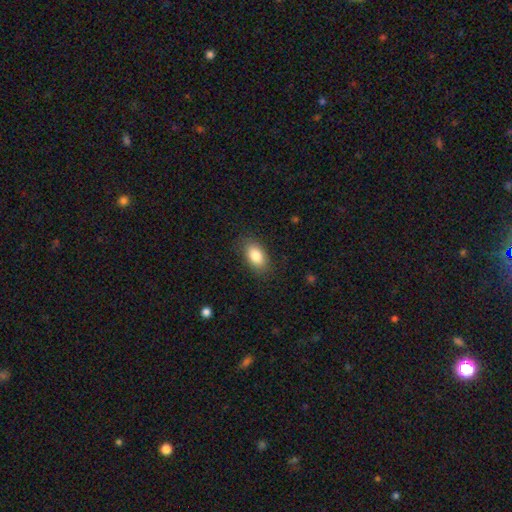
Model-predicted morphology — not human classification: A smooth galaxy with no disk features (84%) that is in between round and cigar-shaped (89%). Merging: none (84%).